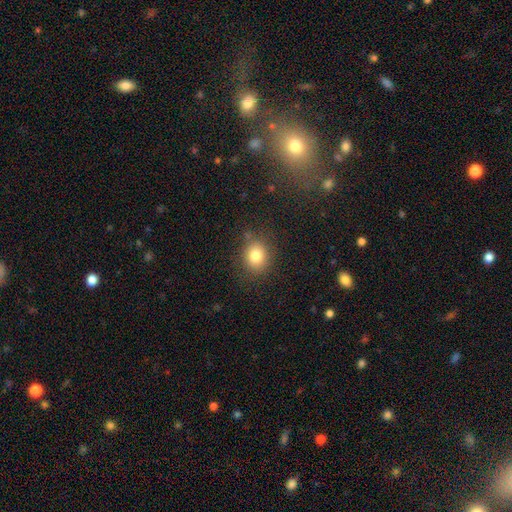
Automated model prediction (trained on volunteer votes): smooth_or_featured: smooth (p=0.80) [alt: star or artifact p=0.12]
how_rounded: round (p=0.69) [alt: in between p=0.31]
merging: none (p=0.82) [alt: minor disturbance p=0.12]